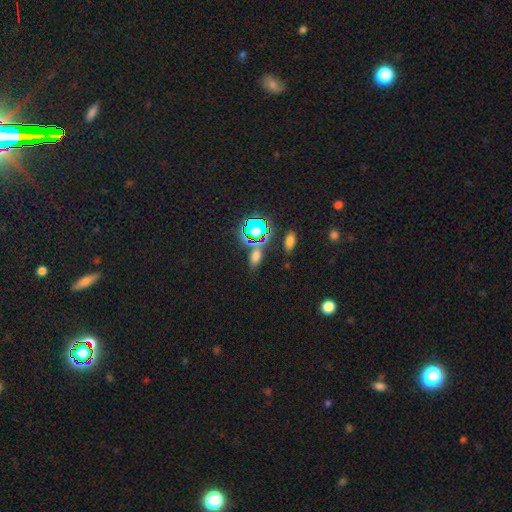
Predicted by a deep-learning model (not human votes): This appears to be a smooth galaxy with no disk features (59%) that is in between round and cigar-shaped (77%). Merging: none (73%).